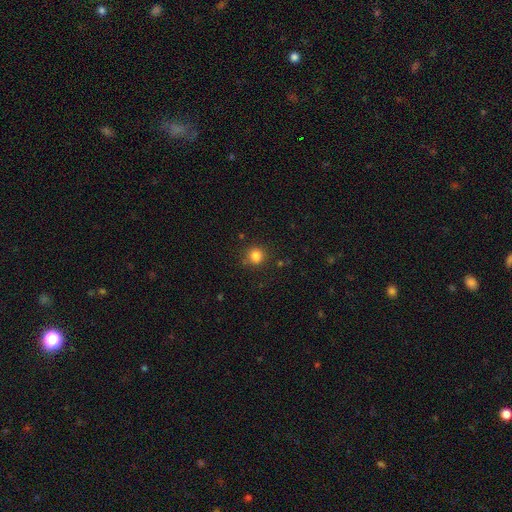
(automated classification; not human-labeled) Smooth or featured? Predicted: smooth (p=0.83). How rounded? Predicted: round (p=0.87). Merging? Predicted: none (p=0.81).